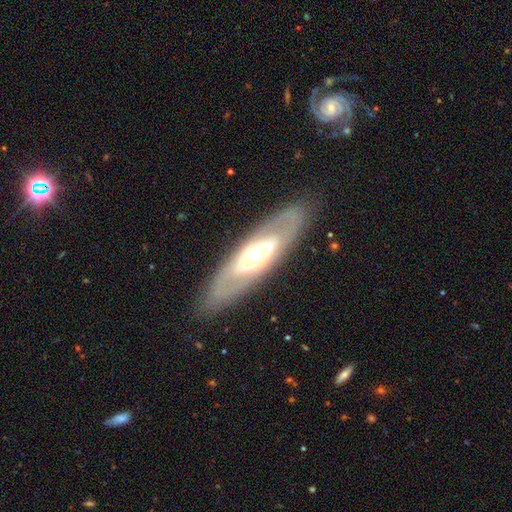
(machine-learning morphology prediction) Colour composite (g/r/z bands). It shows a featured or disk galaxy (68%) with no bar (85%), no spiral arms (84%) and a moderate central bulge (62%). Merging: none (84%).